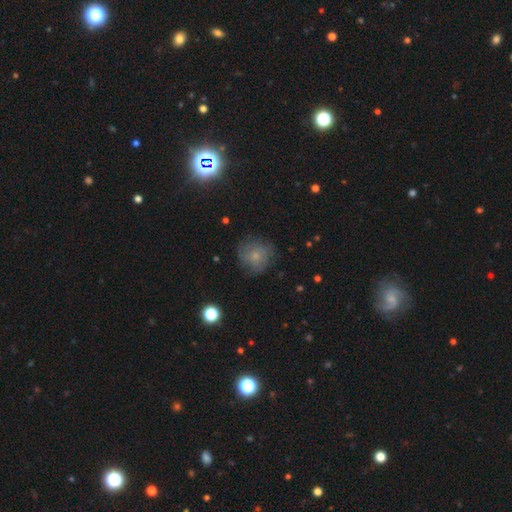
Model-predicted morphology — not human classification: This is possibly a smooth galaxy (59%). How rounded: clearly round (88%). Merging: likely none (71%).